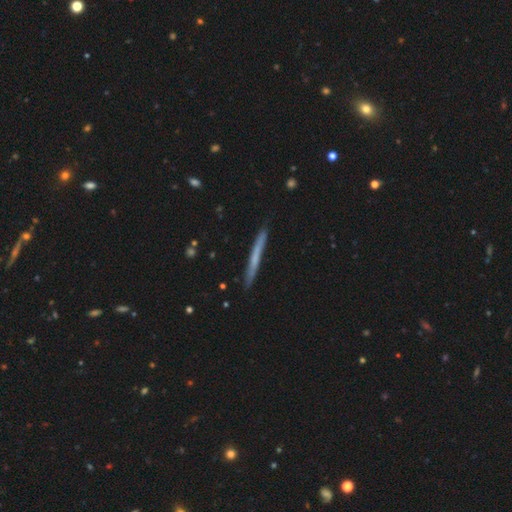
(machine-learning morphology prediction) This appears to be a smooth galaxy with no disk features (51%) that is cigar-shaped (97%). Merging: none (89%).